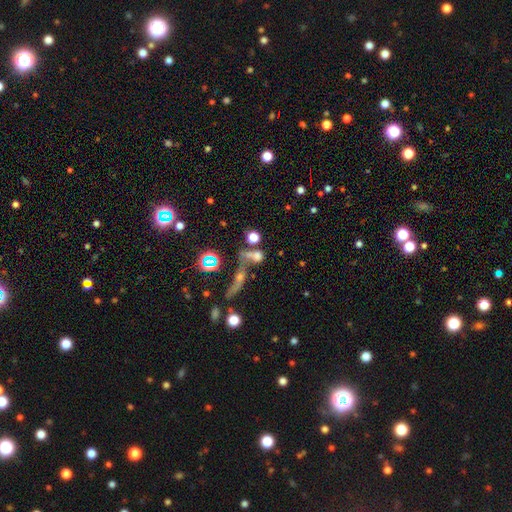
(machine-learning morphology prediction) The model was most divided on "merging": merger: 44%, none: 35%, major disturbance: 12%, minor disturbance: 10%. More confident: how rounded — round (56%); smooth or featured — smooth (54%).